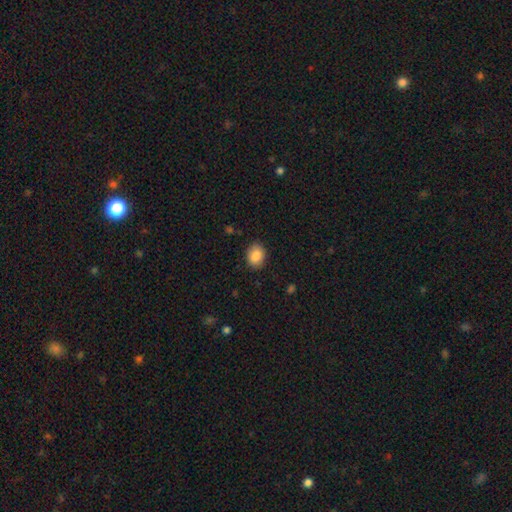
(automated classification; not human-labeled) Smooth or featured?
  - smooth: 87% *
  - star or artifact: 8%
  - featured or disk: 5%
How rounded?
  - in between: 65% *
  - round: 34%
  - cigar-shaped: 1%
Merging?
  - none: 87% *
  - minor disturbance: 10%
  - major disturbance: 2%
  - merger: 1%